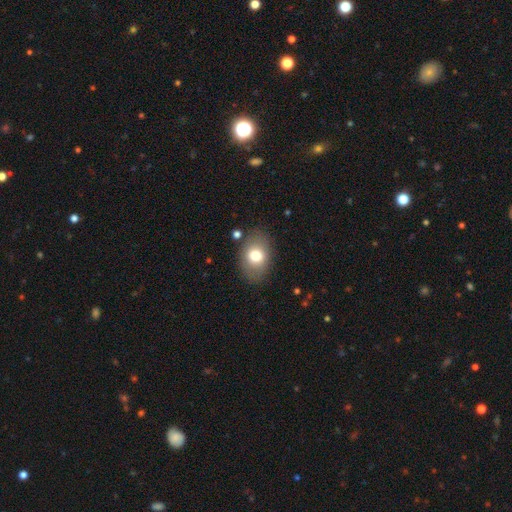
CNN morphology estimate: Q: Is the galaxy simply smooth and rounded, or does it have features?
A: smooth — 74%.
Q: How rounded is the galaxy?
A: in between — 77%.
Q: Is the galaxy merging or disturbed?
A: none — 82%.